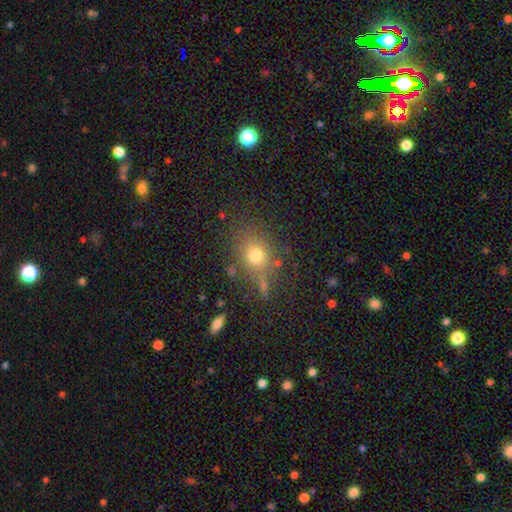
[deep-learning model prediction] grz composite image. It shows a smooth galaxy with no disk features (72%) that is round (68%). Merging: none (73%).